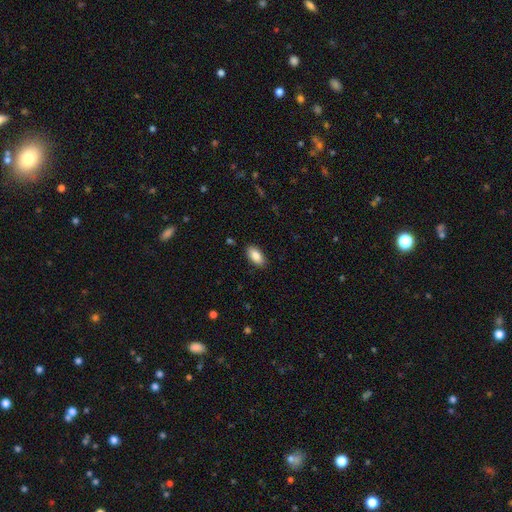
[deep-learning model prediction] A smooth galaxy with no disk features (86%) that is in between round and cigar-shaped (93%).

Vote fractions:
- Smooth or featured? smooth: 86% / featured or disk: 7% / star or artifact: 7%
- How rounded? in between: 93% / cigar-shaped: 4% / round: 3%
- Merging? none: 89% / minor disturbance: 8% / major disturbance: 2% / merger: 1%